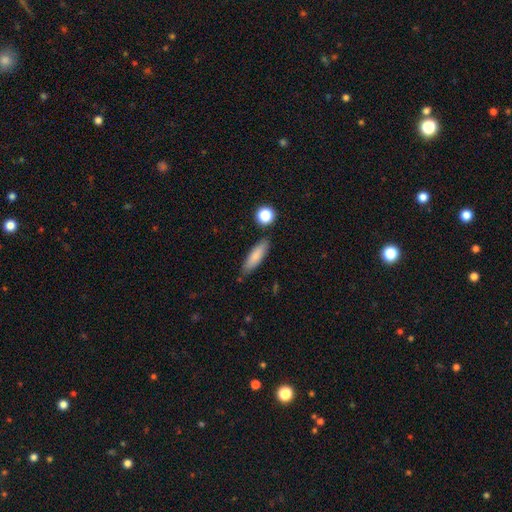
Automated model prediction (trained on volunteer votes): The model was most divided on "how rounded": cigar-shaped: 59%, in between: 39%, round: 2%. More confident: smooth or featured — smooth (82%); merging — none (81%).